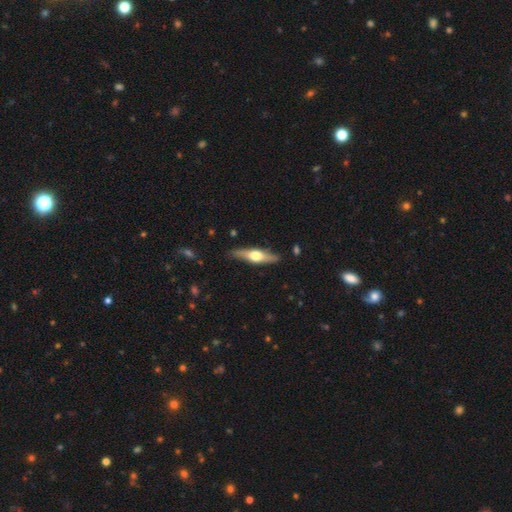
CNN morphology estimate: Smooth or featured: featured or disk — 58% (smooth — 37%)
Edge-on disk: yes — 92% (no — 8%)
Edge-on bulge: rounded — 94% (boxy — 4%)
Merging: none — 86% (minor disturbance — 11%)